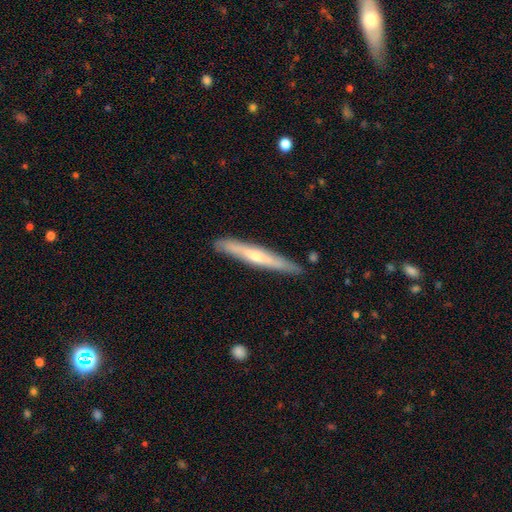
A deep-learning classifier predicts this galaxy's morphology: Smooth or featured? featured or disk (59%)
Edge-on disk? yes (93%)
Edge-on bulge? rounded (75%)
Merging? none (89%)